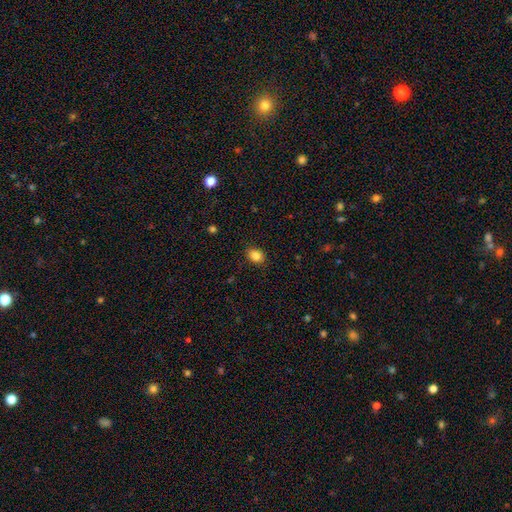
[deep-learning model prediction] Smooth or featured?
  - smooth: 86% *
  - star or artifact: 10%
  - featured or disk: 5%
How rounded?
  - in between: 61% *
  - round: 38%
  - cigar-shaped: 1%
Merging?
  - none: 86% *
  - minor disturbance: 10%
  - major disturbance: 3%
  - merger: 1%